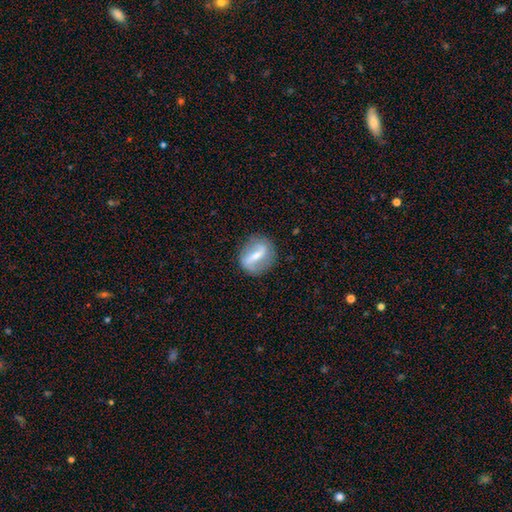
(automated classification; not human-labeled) A featured or disk galaxy (63%) with a strong bar (57%), spiral arms (63%) and a small central bulge (43%, tied with moderate). Merging: none (79%).